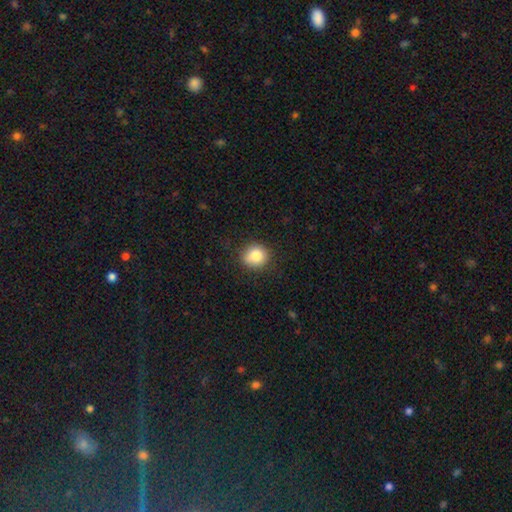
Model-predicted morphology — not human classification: Overall: smooth (85%). How rounded: round (83%). Merging: none (84%).